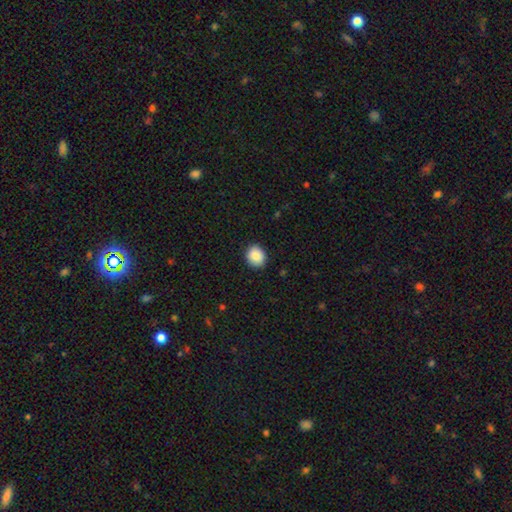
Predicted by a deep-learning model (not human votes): Smooth or featured: smooth — 88% (star or artifact — 8%)
How rounded: round — 71% (in between — 28%)
Merging: none — 90% (minor disturbance — 7%)